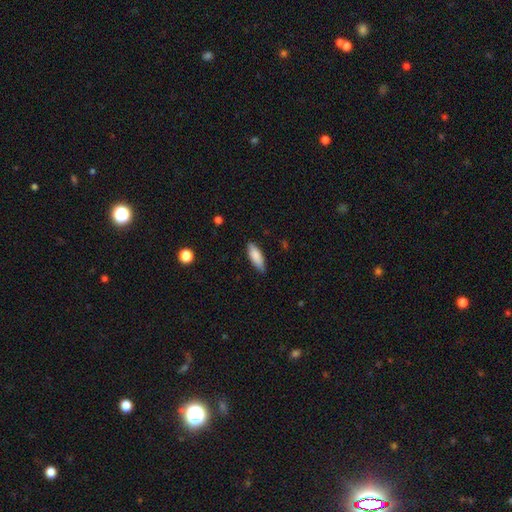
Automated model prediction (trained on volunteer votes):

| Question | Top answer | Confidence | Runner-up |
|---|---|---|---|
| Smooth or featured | smooth | 85% | featured or disk (9%) |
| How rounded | in between | 65% | cigar-shaped (33%) |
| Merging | none | 81% | minor disturbance (15%) |